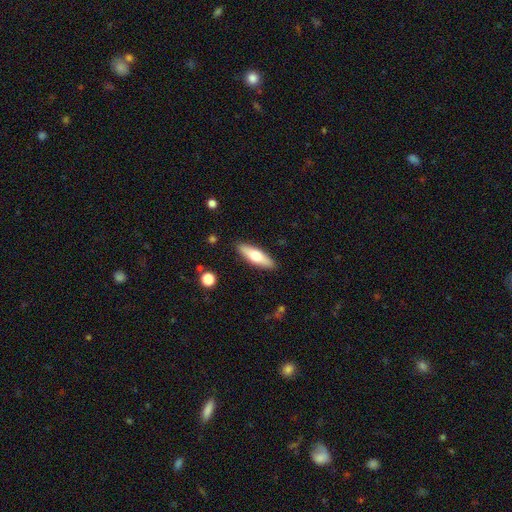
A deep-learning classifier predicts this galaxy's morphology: smooth-or-featured: smooth: 61% | featured or disk: 33% | star or artifact: 6%
  how-rounded: cigar-shaped: 52% | in between: 46% | round: 2%
  merging: none: 88% | minor disturbance: 8% | major disturbance: 2% | merger: 1%